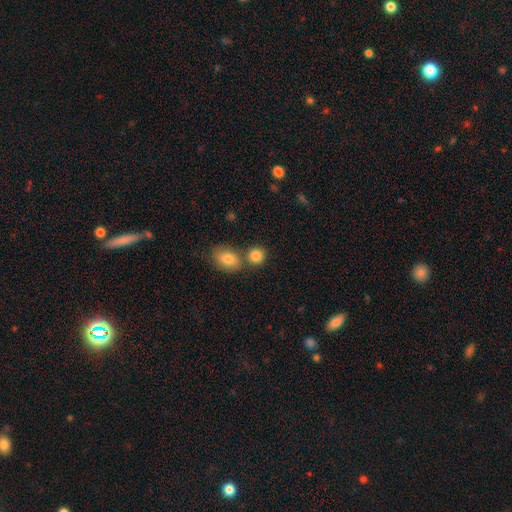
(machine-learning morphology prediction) type=smooth (85%); roundness=round (80%); merging=none (62%).